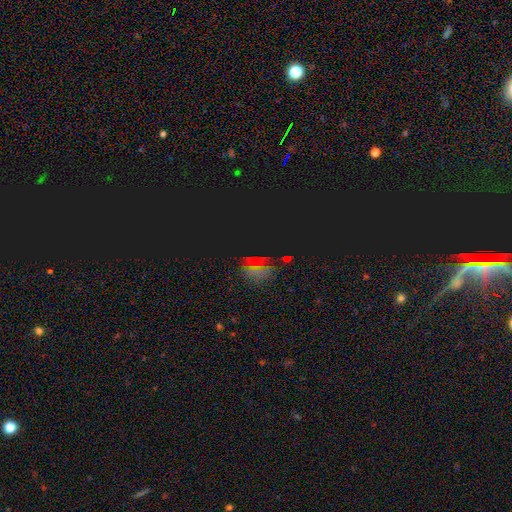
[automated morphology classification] type=star or artifact (68%).